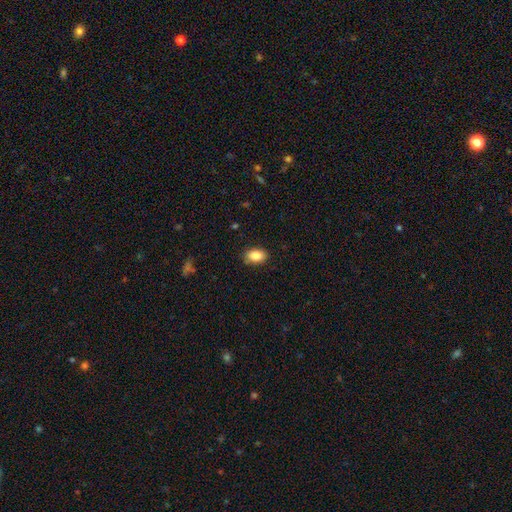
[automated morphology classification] Smooth or featured: smooth — 87% (star or artifact — 8%)
How rounded: in between — 88% (round — 10%)
Merging: none — 84% (minor disturbance — 12%)